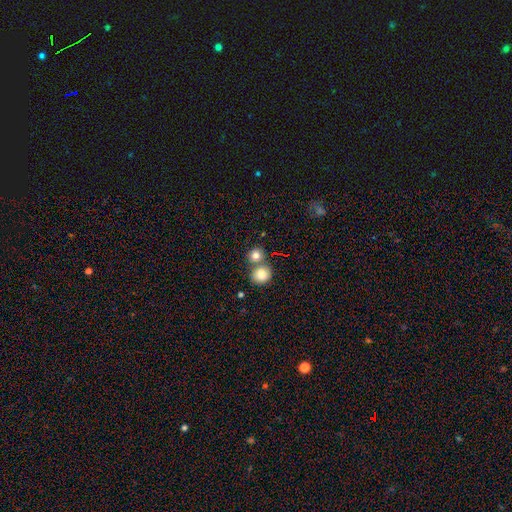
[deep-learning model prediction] Smooth or featured?
  - smooth: 81% *
  - star or artifact: 11%
  - featured or disk: 8%
How rounded?
  - round: 86% *
  - in between: 13%
  - cigar-shaped: 1%
Merging?
  - none: 54% *
  - merger: 36%
  - minor disturbance: 7%
  - major disturbance: 3%